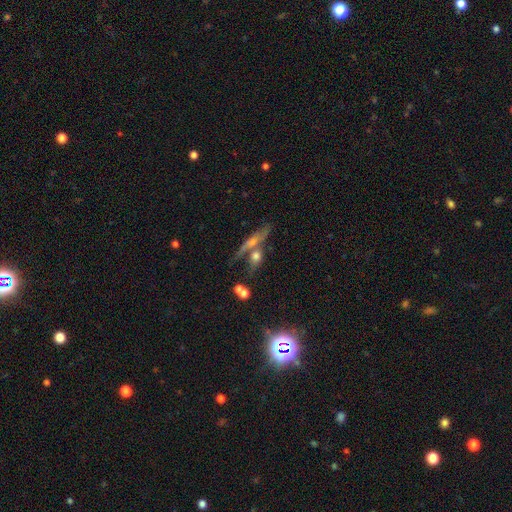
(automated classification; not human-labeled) A smooth galaxy with no disk features (48%).

Vote fractions:
- Smooth or featured? smooth: 48% / featured or disk: 39% / star or artifact: 12%
- Merging? none: 42% / merger: 35% / minor disturbance: 13% / major disturbance: 10%